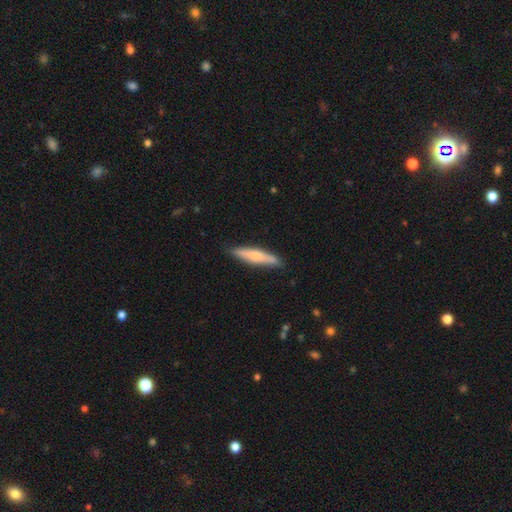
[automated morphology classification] smooth_or_featured: smooth (p=0.60) [alt: featured or disk p=0.34]
how_rounded: cigar-shaped (p=0.85) [alt: in between p=0.13]
merging: none (p=0.84) [alt: minor disturbance p=0.13]